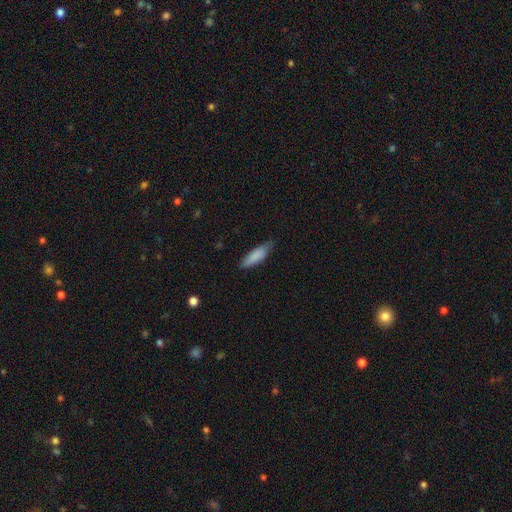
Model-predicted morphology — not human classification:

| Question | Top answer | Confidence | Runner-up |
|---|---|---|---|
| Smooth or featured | smooth | 85% | featured or disk (9%) |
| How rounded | cigar-shaped | 51% | in between (47%) |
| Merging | none | 74% | minor disturbance (21%) |